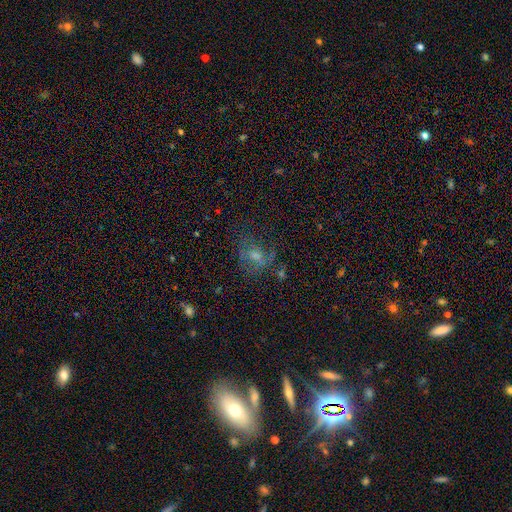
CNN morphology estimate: smooth_or_featured: smooth (p=0.39) [alt: featured or disk p=0.35]
merging: none (p=0.53) [alt: minor disturbance p=0.21]